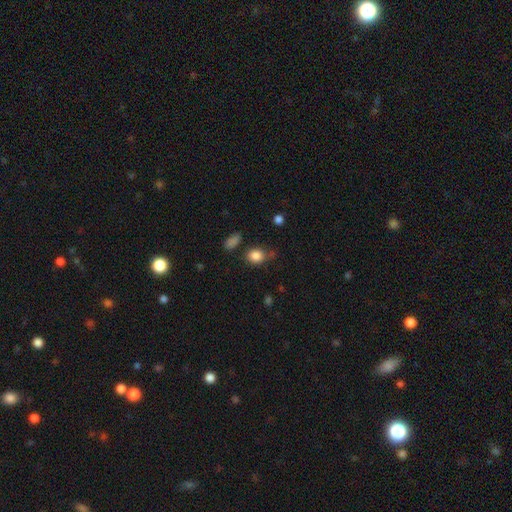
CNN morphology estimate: This is clearly a smooth galaxy (84%). How rounded: possibly round (57%). Merging: likely none (69%).